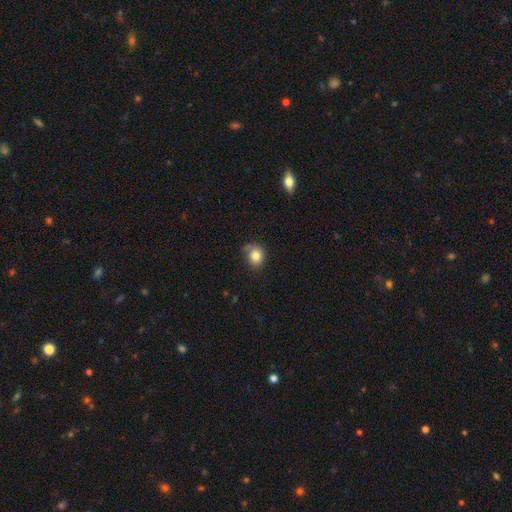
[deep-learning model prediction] Smooth or featured? Predicted: smooth (p=0.82). How rounded? Predicted: round (p=0.71). Merging? Predicted: none (p=0.61).